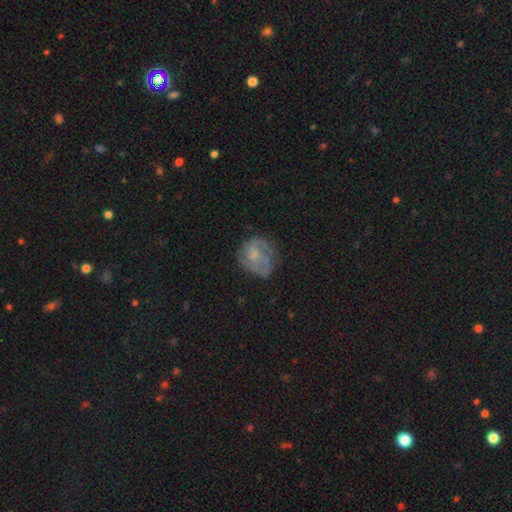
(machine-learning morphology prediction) Q: Smooth or featured?
A: featured or disk (60%); runner-up: smooth (32%)
Q: Edge-on disk?
A: no (98%); runner-up: yes (2%)
Q: Bar?
A: no (69%); runner-up: weak (27%)
Q: Spiral arms?
A: yes (78%); runner-up: no (22%)
Q: Bulge size?
A: small (40%); runner-up: moderate (37%)
Q: Merging?
A: none (61%); runner-up: minor disturbance (23%)